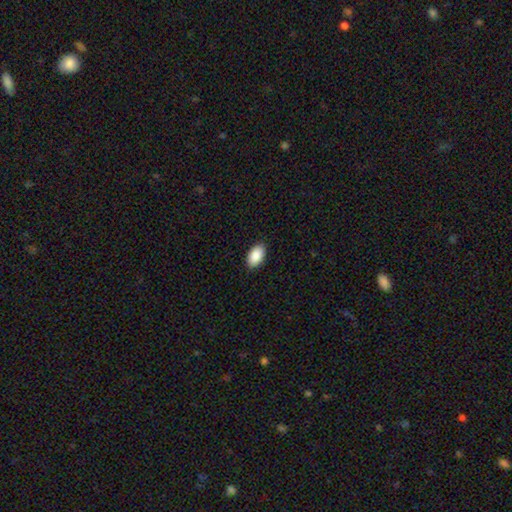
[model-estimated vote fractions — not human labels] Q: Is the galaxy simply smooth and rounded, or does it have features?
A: smooth — 90%.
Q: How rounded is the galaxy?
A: in between — 95%.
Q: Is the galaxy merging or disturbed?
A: none — 89%.